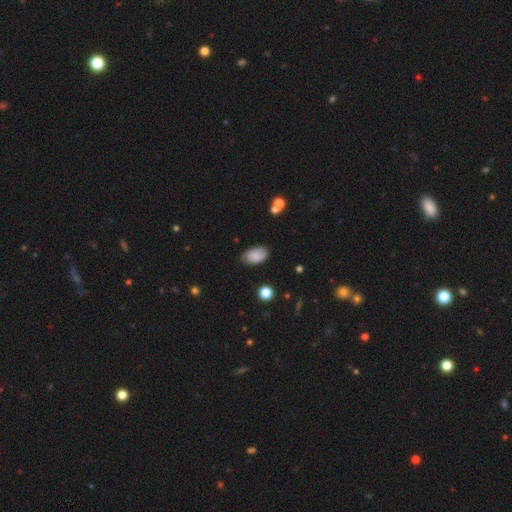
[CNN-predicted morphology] This appears to be a smooth galaxy with no disk features (84%) that is in between round and cigar-shaped (93%). Merging: none (75%).